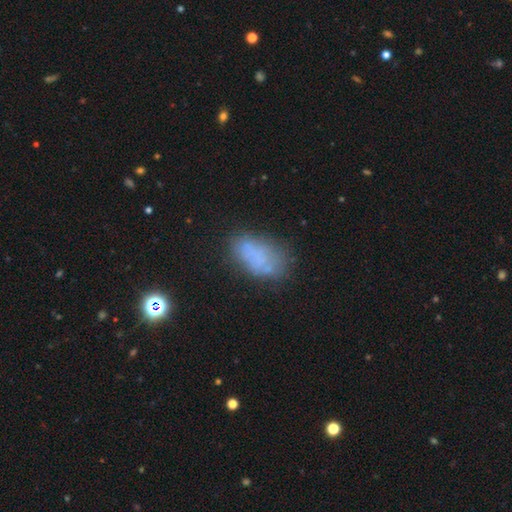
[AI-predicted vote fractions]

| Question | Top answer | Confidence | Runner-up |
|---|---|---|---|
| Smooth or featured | smooth | 65% | featured or disk (19%) |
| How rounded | in between | 90% | round (7%) |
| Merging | none | 57% | minor disturbance (24%) |